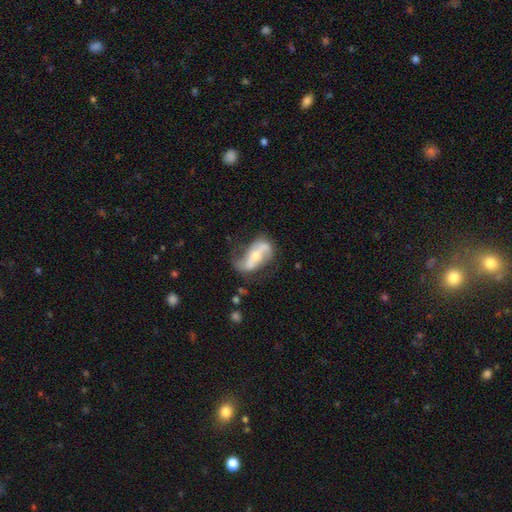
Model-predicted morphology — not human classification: featured or disk 74%, smooth 20%, star or artifact 6%. Down the decision tree: edge-on disk — no (90%); bar — strong (47%); spiral arms — yes (81%); spiral arm count — 2 (85%); spiral winding — loose (62%); bulge size — moderate (59%); merging — none (57%).